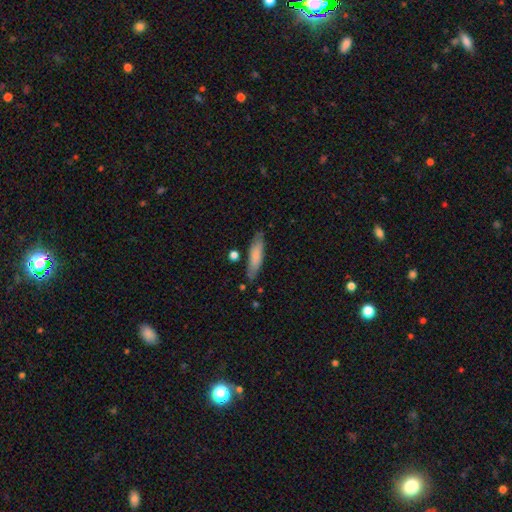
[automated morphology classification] type=smooth (75%); roundness=cigar-shaped (68%); merging=none (78%).